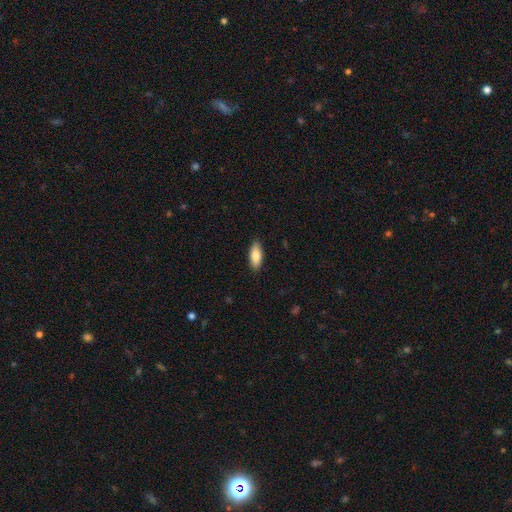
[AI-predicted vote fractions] This appears to be a smooth galaxy with no disk features (82%) that is in between round and cigar-shaped (80%). Merging: none (89%).